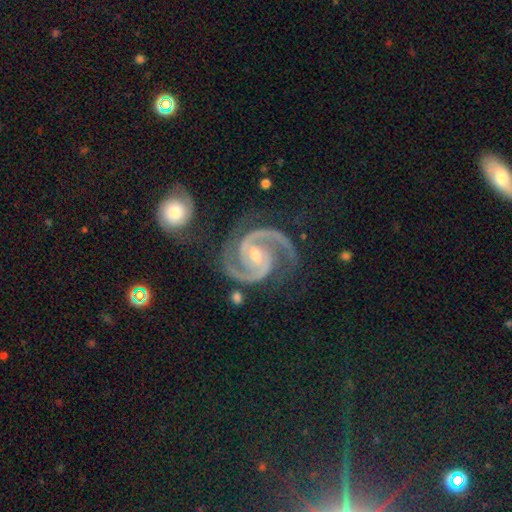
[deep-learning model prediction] Smooth or featured? Predicted: featured or disk (p=0.95). Edge-on disk? Predicted: no (p=0.98). Bar? Predicted: no (p=0.41). Spiral arms? Predicted: yes (p=0.99). Spiral winding? Predicted: medium (p=0.53). Spiral arm count? Predicted: 2 (p=0.93). Bulge size? Predicted: small (p=0.52). Merging? Predicted: none (p=0.75).